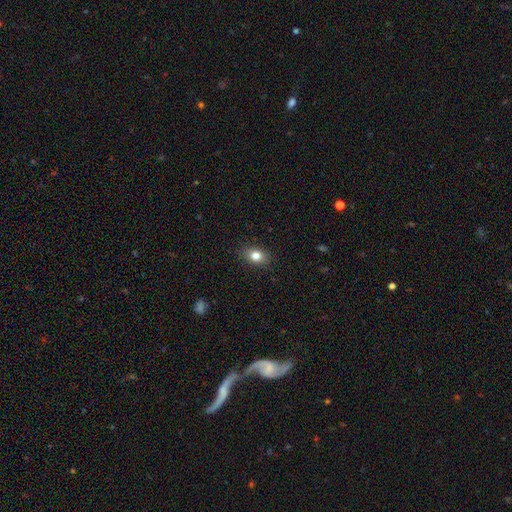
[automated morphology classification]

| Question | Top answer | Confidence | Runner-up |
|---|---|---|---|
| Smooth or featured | smooth | 81% | star or artifact (10%) |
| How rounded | in between | 72% | round (26%) |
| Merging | none | 87% | minor disturbance (9%) |